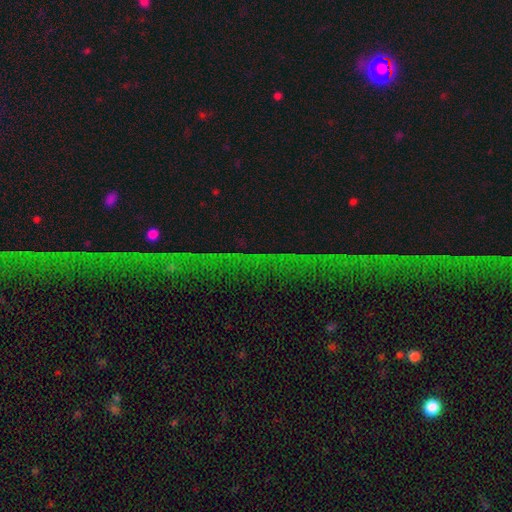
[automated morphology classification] The model was most divided on "smooth or featured": star or artifact: 74%, featured or disk: 15%, smooth: 11%.